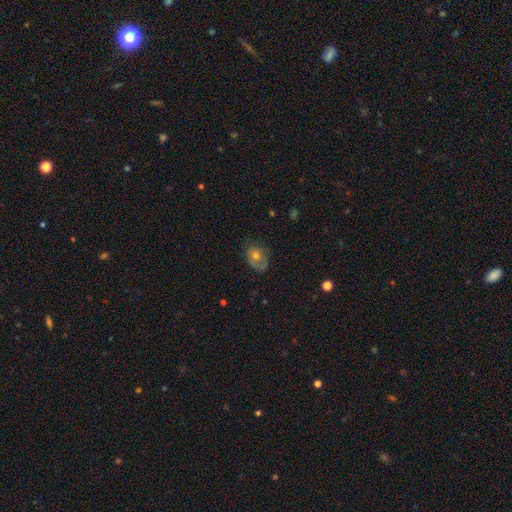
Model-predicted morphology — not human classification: A smooth galaxy with no disk features (51%) that is in between round and cigar-shaped (51%). Merging: none (63%).